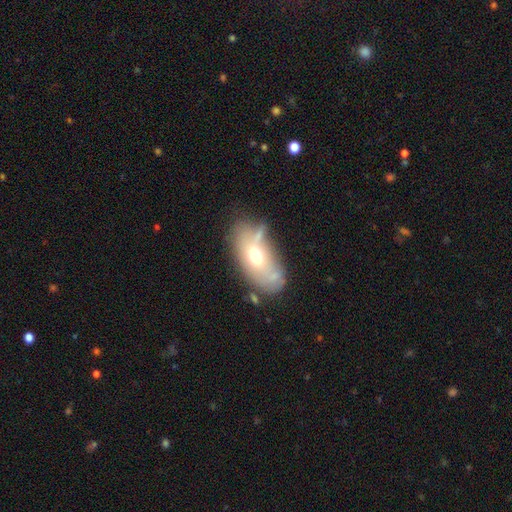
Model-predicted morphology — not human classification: Smooth or featured? Predicted: smooth (p=0.54). How rounded? Predicted: in between (p=0.90). Merging? Predicted: none (p=0.44).